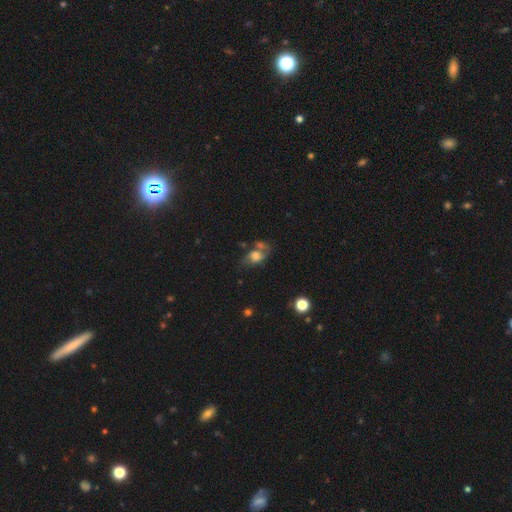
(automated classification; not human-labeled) Smooth or featured?
  - smooth: 55% *
  - featured or disk: 32%
  - star or artifact: 13%
How rounded?
  - in between: 71% *
  - round: 26%
  - cigar-shaped: 3%
Merging?
  - none: 34% *
  - merger: 30%
  - minor disturbance: 20%
  - major disturbance: 16%